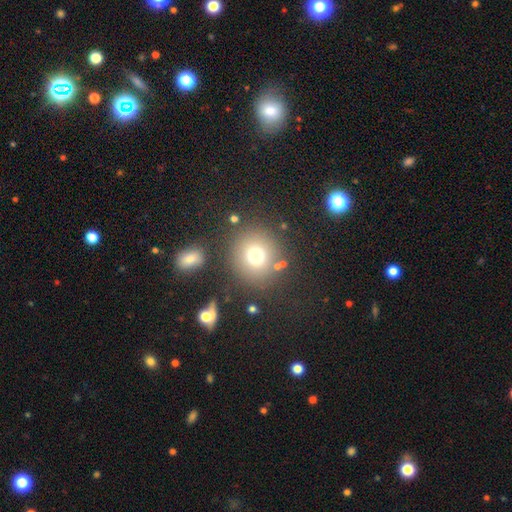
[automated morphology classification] Smooth or featured?
  - smooth: 73% *
  - star or artifact: 16%
  - featured or disk: 11%
How rounded?
  - round: 89% *
  - in between: 10%
  - cigar-shaped: 1%
Merging?
  - none: 80% *
  - minor disturbance: 9%
  - merger: 6%
  - major disturbance: 5%